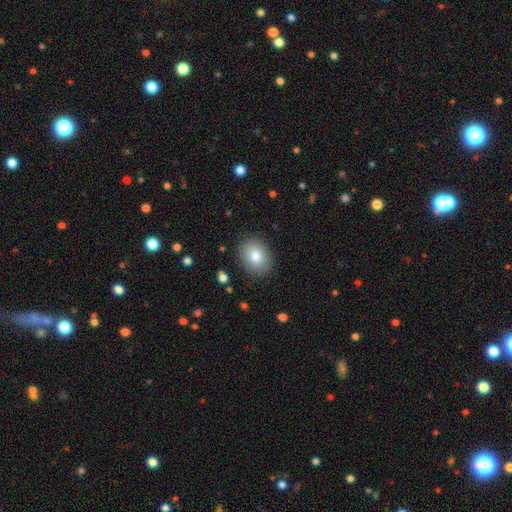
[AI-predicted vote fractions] Smooth or featured? smooth (81%)
How rounded? in between (58%)
Merging? none (87%)